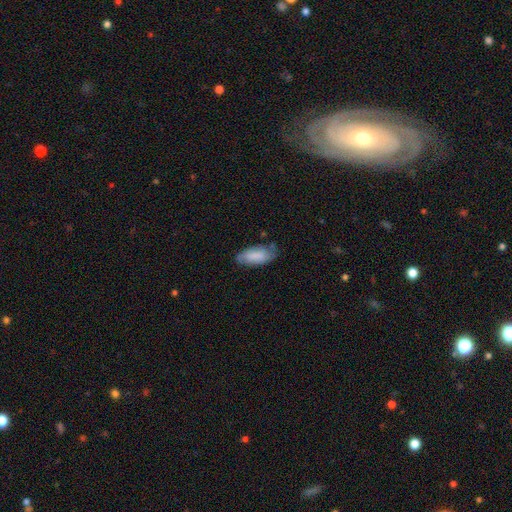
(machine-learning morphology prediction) The model was most divided on "merging": none: 63%, minor disturbance: 28%, major disturbance: 6%, merger: 2%. More confident: how rounded — in between (87%); smooth or featured — smooth (76%).